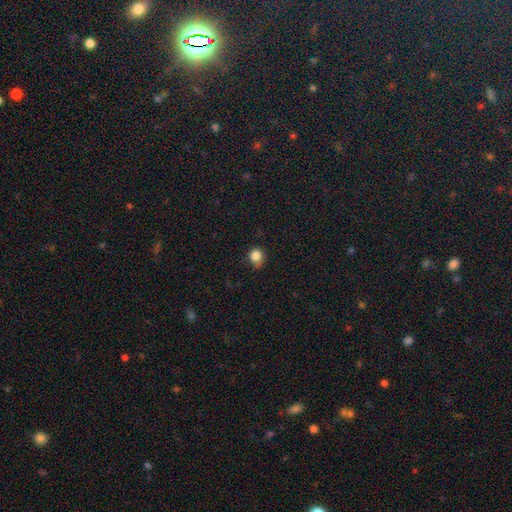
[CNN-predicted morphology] Q: Smooth or featured?
A: smooth (84%); runner-up: star or artifact (11%)
Q: How rounded?
A: round (84%); runner-up: in between (15%)
Q: Merging?
A: none (66%); runner-up: minor disturbance (27%)